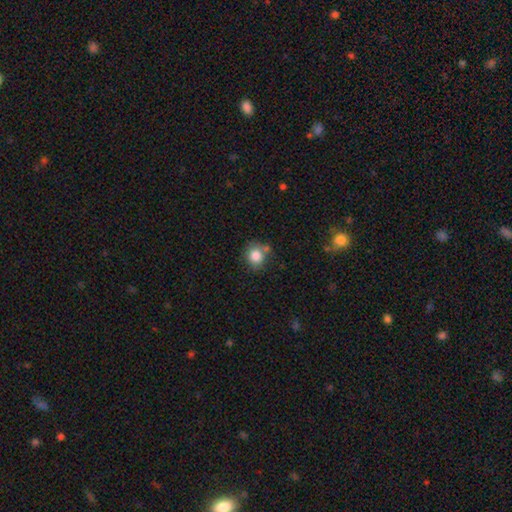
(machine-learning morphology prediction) smooth-or-featured: smooth: 83% | star or artifact: 10% | featured or disk: 7%
  how-rounded: round: 79% | in between: 20% | cigar-shaped: 1%
  merging: none: 66% | minor disturbance: 16% | merger: 13% | major disturbance: 5%